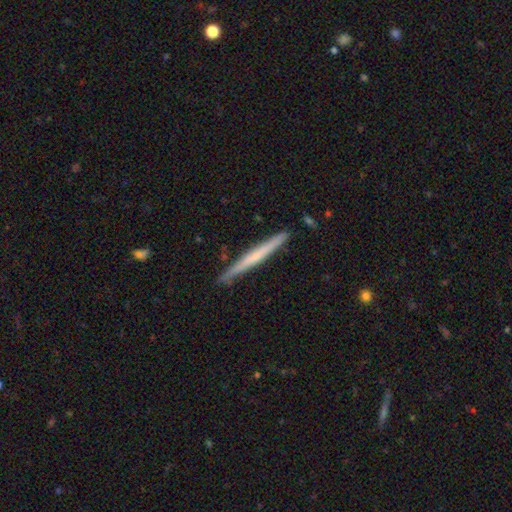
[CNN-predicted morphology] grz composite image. It shows a featured or disk galaxy (53%) viewed edge-on (97%) with no central bulge (67%). Merging: none (88%).